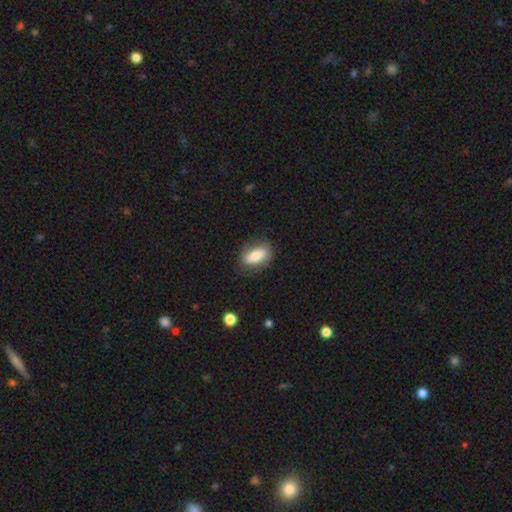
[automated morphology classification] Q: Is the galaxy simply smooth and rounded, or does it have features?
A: smooth — 72%.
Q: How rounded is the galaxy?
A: in between — 84%.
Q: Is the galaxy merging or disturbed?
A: none — 76%.